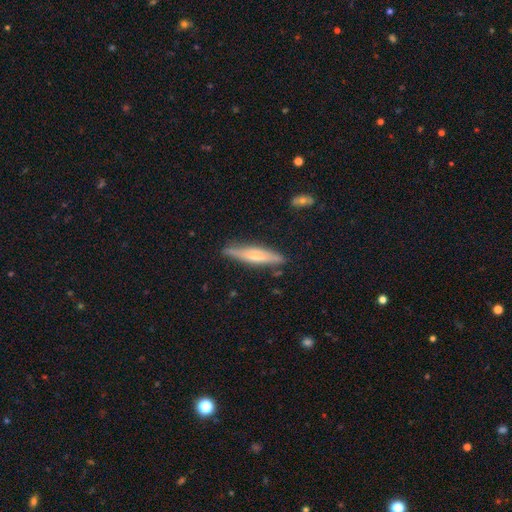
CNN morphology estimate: This is possibly a smooth galaxy (47%, tied with featured or disk). Merging: clearly none (81%).